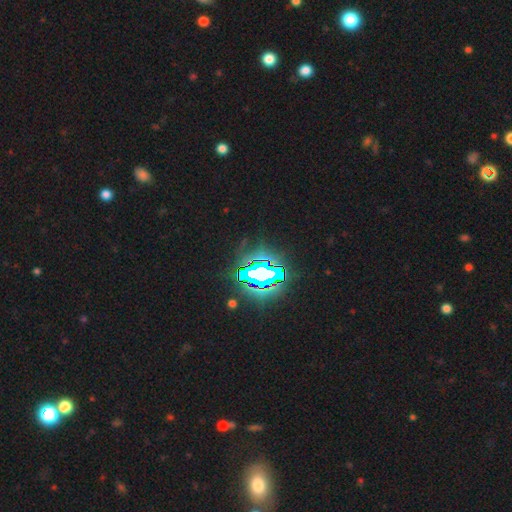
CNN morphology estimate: Smooth or featured?
  - star or artifact: 83% *
  - smooth: 11%
  - featured or disk: 6%